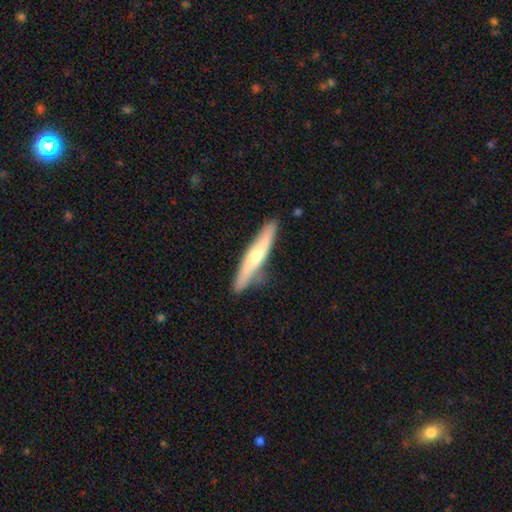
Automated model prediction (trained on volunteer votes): This appears to be a featured or disk galaxy (58%) viewed edge-on (83%). Merging: none (84%).